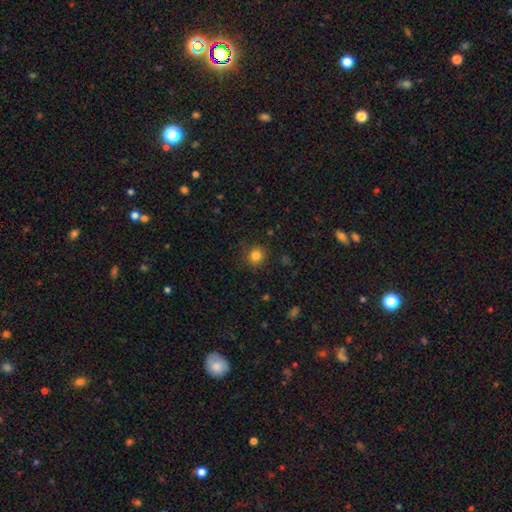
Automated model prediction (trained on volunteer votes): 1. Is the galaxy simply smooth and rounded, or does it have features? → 82% smooth, 12% star or artifact, 5% featured or disk.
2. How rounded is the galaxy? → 88% round, 11% in between, 1% cigar-shaped.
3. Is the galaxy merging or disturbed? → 87% none, 9% minor disturbance, 3% major disturbance, 1% merger.